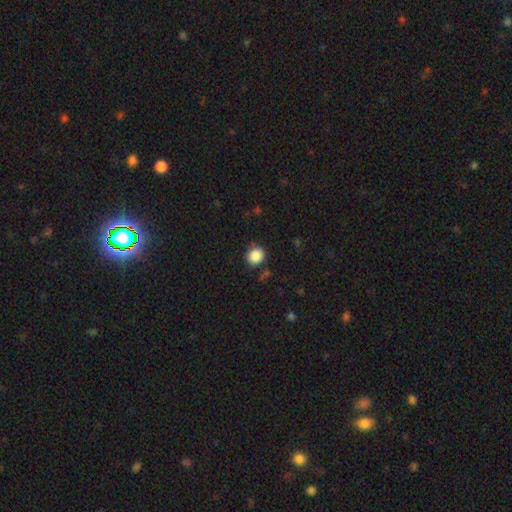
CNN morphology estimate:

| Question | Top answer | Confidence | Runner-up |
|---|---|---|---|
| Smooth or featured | smooth | 87% | star or artifact (10%) |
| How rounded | round | 80% | in between (19%) |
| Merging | none | 82% | minor disturbance (12%) |